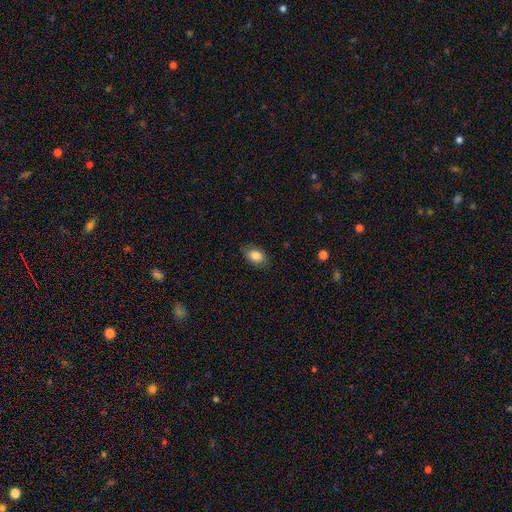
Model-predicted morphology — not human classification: The model was most divided on "merging": none: 81%, minor disturbance: 15%, major disturbance: 3%, merger: 1%. More confident: how rounded — in between (84%); smooth or featured — smooth (82%).